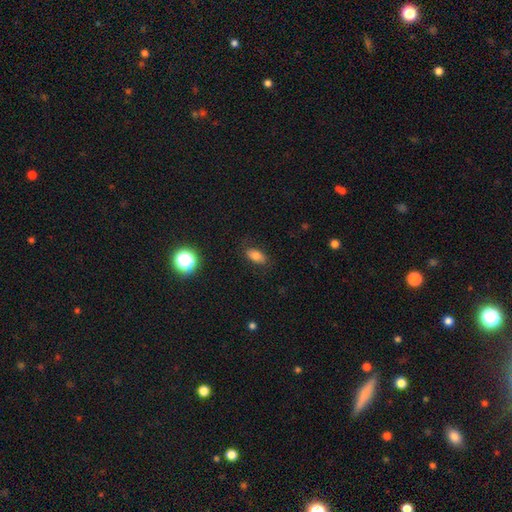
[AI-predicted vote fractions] The model was most divided on "smooth or featured": smooth: 78%, star or artifact: 12%, featured or disk: 10%. More confident: how rounded — in between (88%); merging — none (83%).